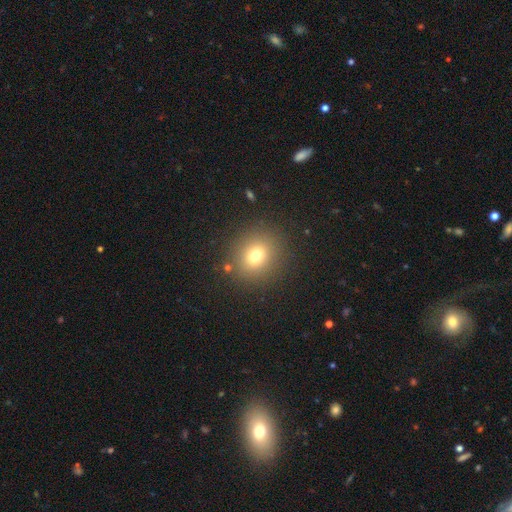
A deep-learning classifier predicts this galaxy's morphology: Smooth or featured?
  - smooth: 73% *
  - star or artifact: 16%
  - featured or disk: 11%
How rounded?
  - round: 78% *
  - in between: 22%
  - cigar-shaped: 1%
Merging?
  - none: 87% *
  - minor disturbance: 7%
  - major disturbance: 3%
  - merger: 2%